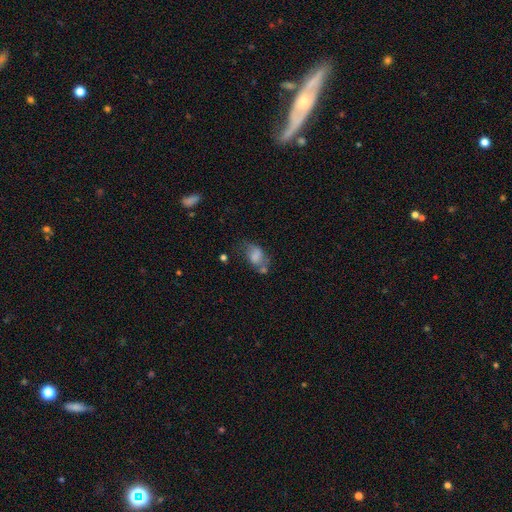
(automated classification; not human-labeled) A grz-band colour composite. It shows a smooth galaxy with no disk features (64%) that is in between round and cigar-shaped (83%). Merging: none (34%).